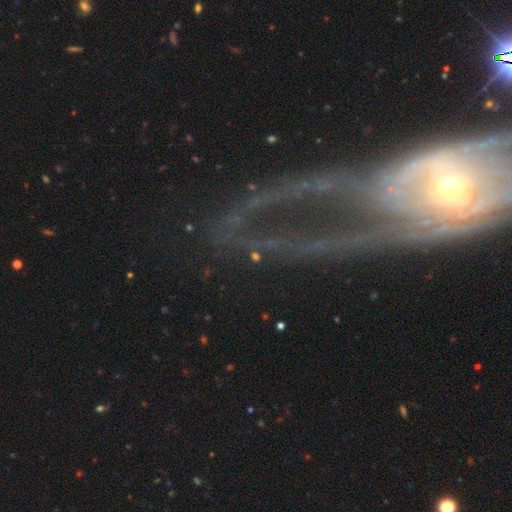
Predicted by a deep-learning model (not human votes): smooth-or-featured: star or artifact: 52% | featured or disk: 35% | smooth: 14%